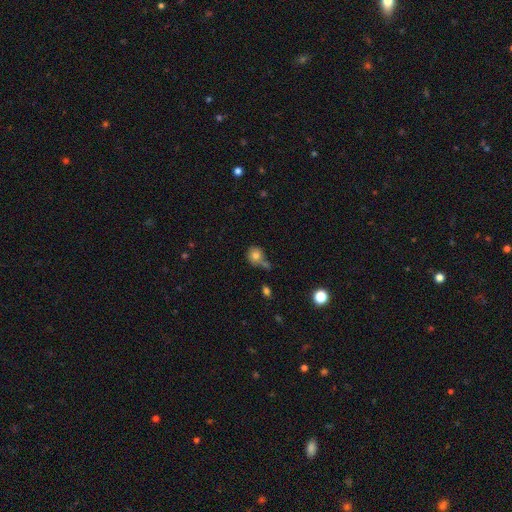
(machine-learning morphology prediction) smooth-or-featured: smooth: 77% | featured or disk: 12% | star or artifact: 11%
  how-rounded: round: 79% | in between: 20% | cigar-shaped: 1%
  merging: none: 45% | merger: 25% | minor disturbance: 21% | major disturbance: 9%